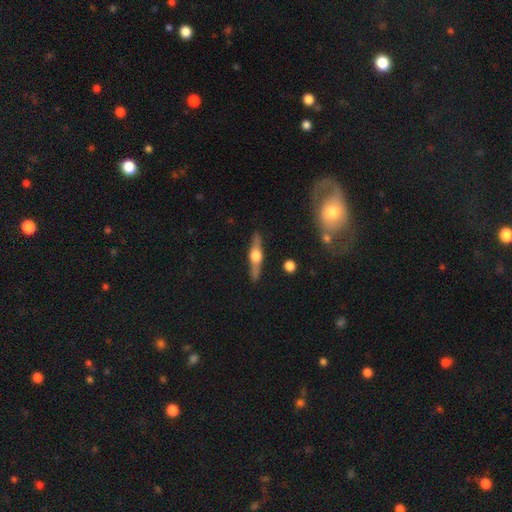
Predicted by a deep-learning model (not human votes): This is likely a featured or disk galaxy (75%). It is clearly viewed edge-on (97%). Edge-on bulge: clearly rounded (94%). Merging: clearly none (89%).